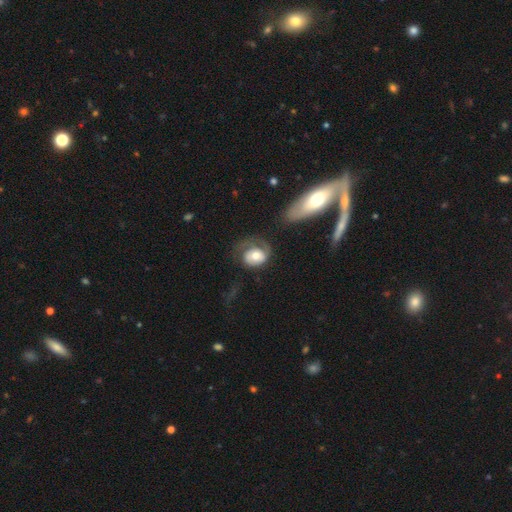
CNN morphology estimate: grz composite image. It shows a featured or disk galaxy (48%). Merging: major disturbance (37%).